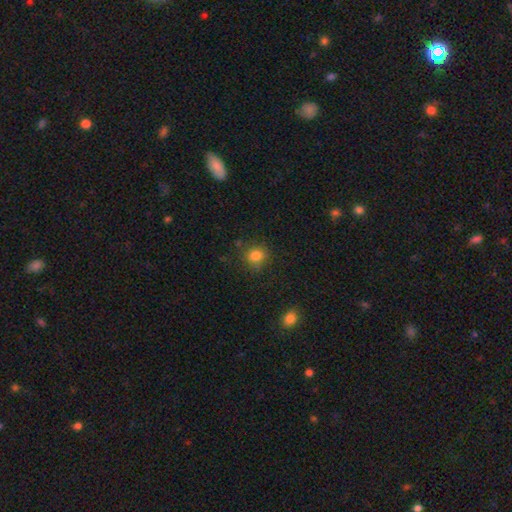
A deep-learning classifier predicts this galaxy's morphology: smooth-or-featured: smooth: 82% | star or artifact: 12% | featured or disk: 6%
  how-rounded: round: 82% | in between: 17% | cigar-shaped: 1%
  merging: none: 79% | minor disturbance: 14% | major disturbance: 4% | merger: 3%